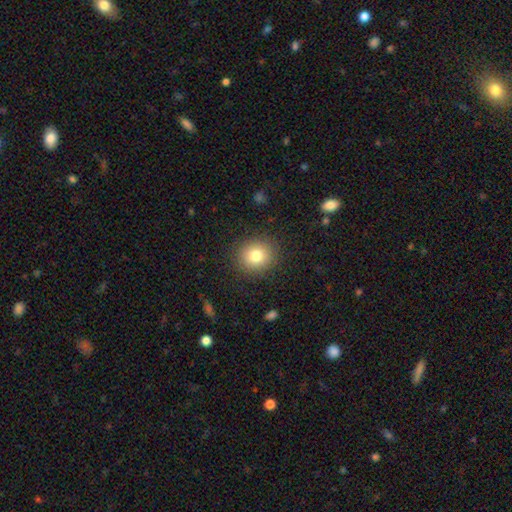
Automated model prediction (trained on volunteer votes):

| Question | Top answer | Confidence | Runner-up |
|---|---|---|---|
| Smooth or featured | smooth | 79% | star or artifact (11%) |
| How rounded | round | 85% | in between (14%) |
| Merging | none | 88% | minor disturbance (8%) |